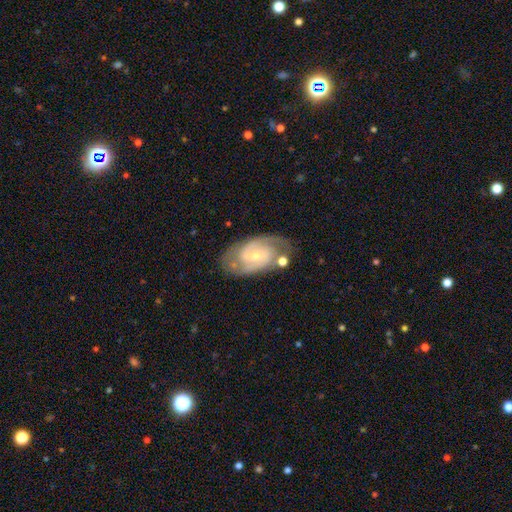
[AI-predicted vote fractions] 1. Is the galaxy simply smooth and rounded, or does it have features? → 81% featured or disk, 13% smooth, 6% star or artifact.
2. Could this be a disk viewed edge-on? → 96% no, 4% yes.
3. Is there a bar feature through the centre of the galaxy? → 54% no, 38% weak, 8% strong.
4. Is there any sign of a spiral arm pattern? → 93% yes, 7% no.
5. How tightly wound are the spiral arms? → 46% medium, 42% tight, 12% loose.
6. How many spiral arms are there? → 73% 2, 14% can't tell, 7% 3, 3% 1, 2% 4, 2% more than 4.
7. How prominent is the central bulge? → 61% small, 35% moderate, 1% large, 1% none, 1% dominant.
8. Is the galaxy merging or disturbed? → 65% none, 20% minor disturbance, 8% major disturbance, 8% merger.